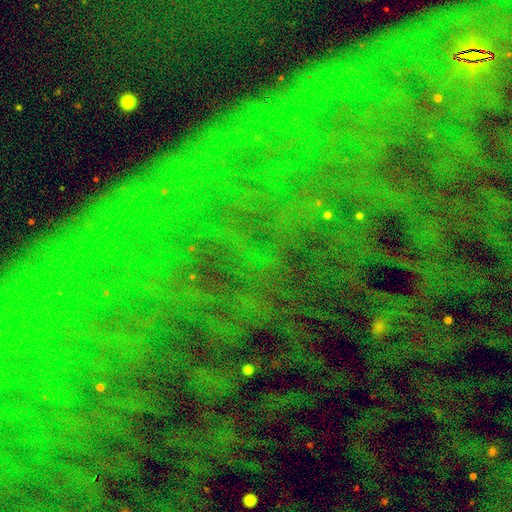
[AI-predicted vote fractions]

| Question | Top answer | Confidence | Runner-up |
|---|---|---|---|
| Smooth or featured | star or artifact | 83% | featured or disk (8%) |